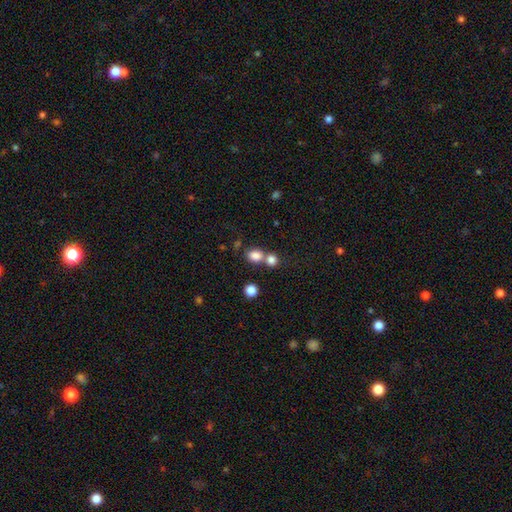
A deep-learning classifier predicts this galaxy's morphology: type=smooth (82%); roundness=round (60%); merging=none (49%).